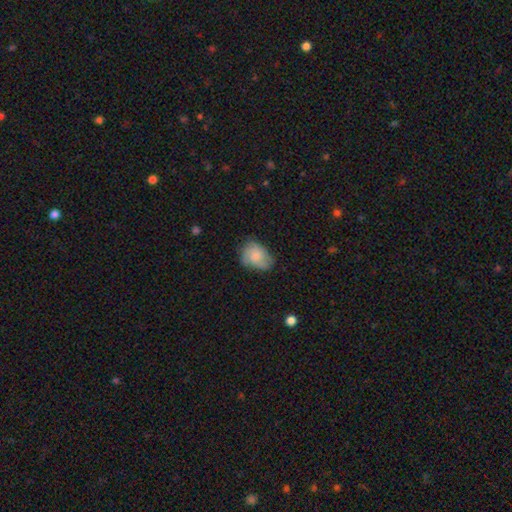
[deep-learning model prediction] Smooth or featured: smooth — 68% (featured or disk — 24%)
How rounded: in between — 68% (round — 31%)
Merging: none — 57% (minor disturbance — 32%)